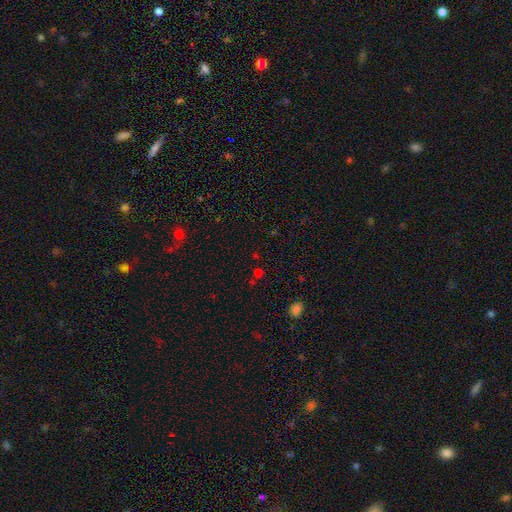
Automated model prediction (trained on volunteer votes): Morphology: type=smooth (47%); merging=none (76%).